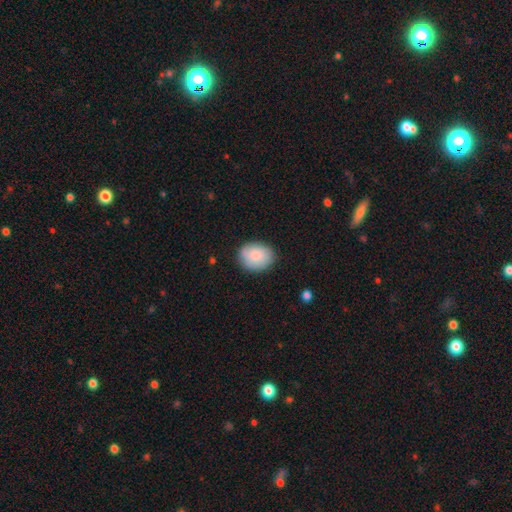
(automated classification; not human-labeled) Morphology: type=smooth (84%); roundness=in between (56%); merging=none (81%).